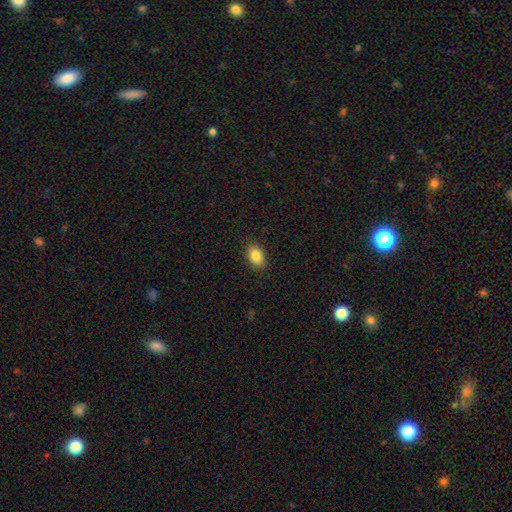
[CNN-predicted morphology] Smooth or featured?
  - smooth: 86% *
  - star or artifact: 8%
  - featured or disk: 6%
How rounded?
  - in between: 85% *
  - round: 14%
  - cigar-shaped: 1%
Merging?
  - none: 89% *
  - minor disturbance: 8%
  - major disturbance: 2%
  - merger: 1%